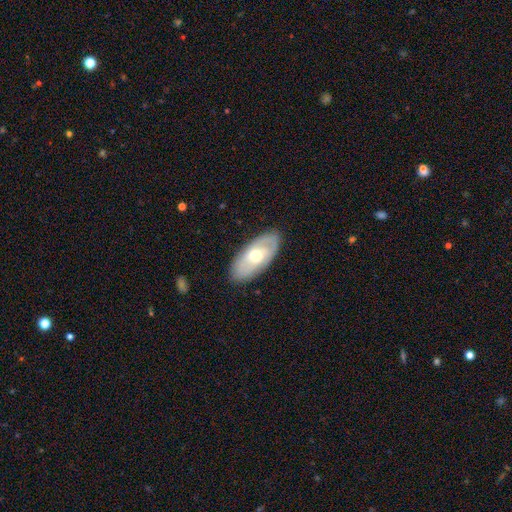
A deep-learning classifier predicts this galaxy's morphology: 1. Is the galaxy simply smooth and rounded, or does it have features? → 50% featured or disk, 44% smooth, 6% star or artifact.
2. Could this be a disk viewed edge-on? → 83% no, 17% yes.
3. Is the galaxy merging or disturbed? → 85% none, 11% minor disturbance, 3% major disturbance, 1% merger.